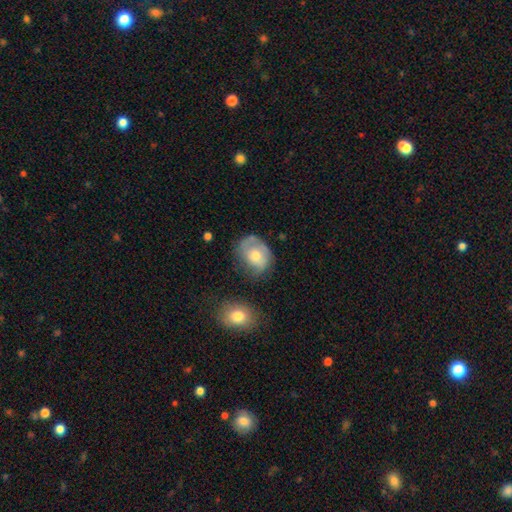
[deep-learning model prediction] This is possibly a smooth galaxy (48%). Merging: possibly none (53%).